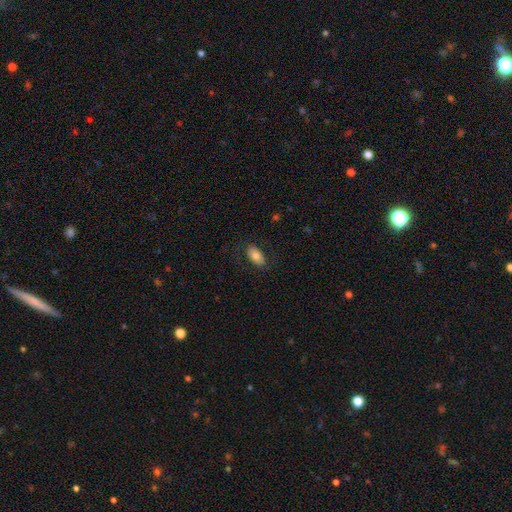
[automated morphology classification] A smooth galaxy with no disk features (78%) that is in between round and cigar-shaped (93%). Merging: none (82%).